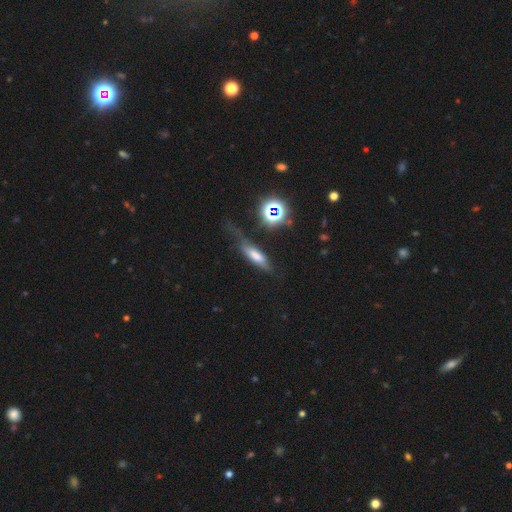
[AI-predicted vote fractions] A smooth galaxy with no disk features (59%) that is cigar-shaped (57%).

Vote fractions:
- Smooth or featured? smooth: 59% / featured or disk: 26% / star or artifact: 15%
- How rounded? cigar-shaped: 57% / in between: 39% / round: 5%
- Merging? none: 44% / minor disturbance: 26% / major disturbance: 24% / merger: 6%